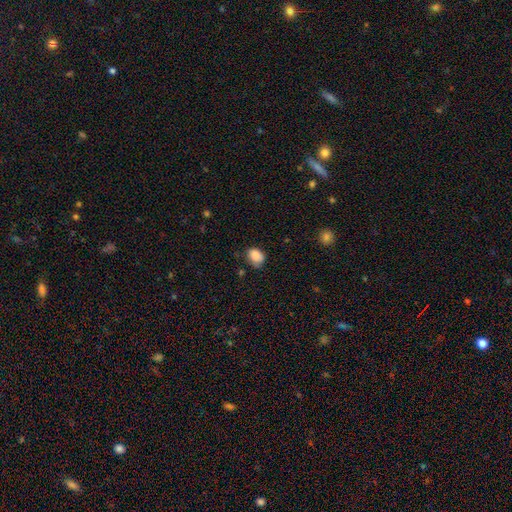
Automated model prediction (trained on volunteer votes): smooth-or-featured: smooth: 86% | star or artifact: 9% | featured or disk: 6%
  how-rounded: in between: 65% | round: 34% | cigar-shaped: 1%
  merging: none: 63% | minor disturbance: 29% | major disturbance: 6% | merger: 3%